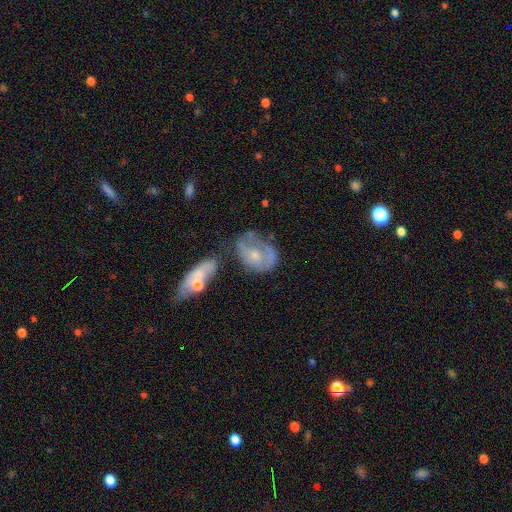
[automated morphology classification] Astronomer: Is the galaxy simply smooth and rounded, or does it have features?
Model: featured or disk — 61%.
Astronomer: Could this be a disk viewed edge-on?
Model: no — 95%.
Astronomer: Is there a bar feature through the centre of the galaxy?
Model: no — 73%.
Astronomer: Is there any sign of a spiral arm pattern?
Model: yes — 62% (runner-up: no, 38%).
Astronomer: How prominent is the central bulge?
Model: small — 53% (runner-up: moderate, 40%).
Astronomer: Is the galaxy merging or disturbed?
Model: none — 37% (runner-up: minor disturbance, 27%).